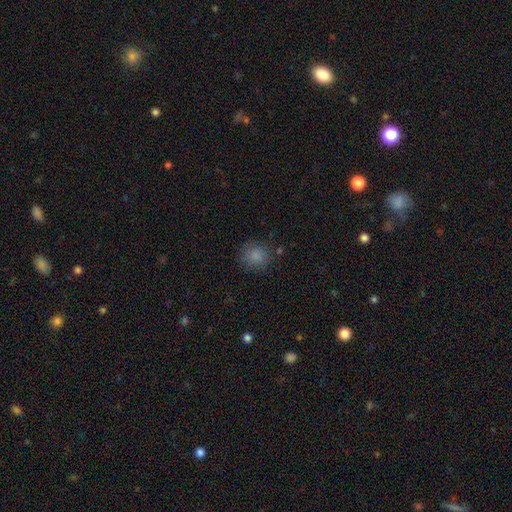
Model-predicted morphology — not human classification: smooth 84%, star or artifact 12%, featured or disk 4%. Down the decision tree: how rounded — round (84%); merging — none (81%).